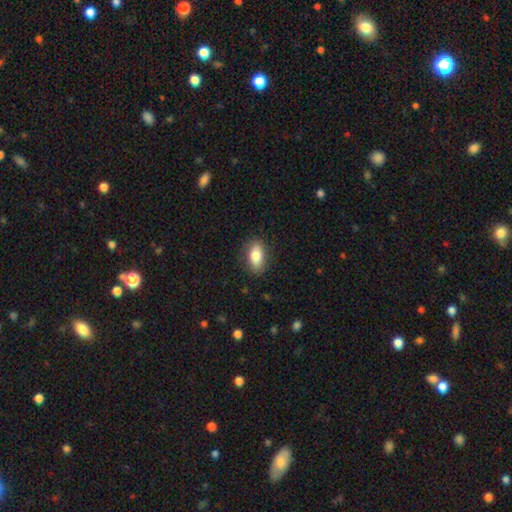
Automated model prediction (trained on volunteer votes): The model was most divided on "smooth or featured": smooth: 82%, featured or disk: 11%, star or artifact: 7%. More confident: how rounded — in between (88%); merging — none (86%).